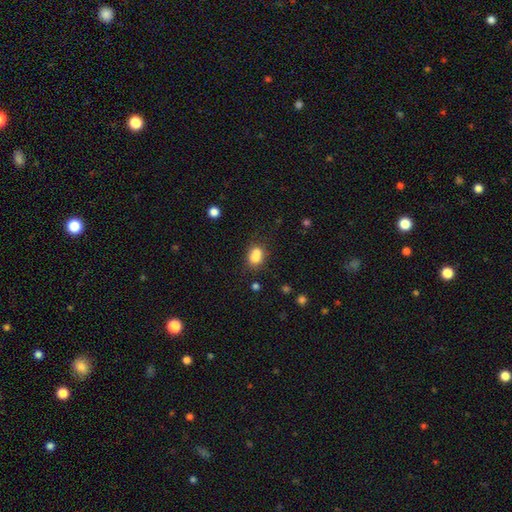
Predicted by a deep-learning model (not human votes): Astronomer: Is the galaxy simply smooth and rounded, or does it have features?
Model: smooth — 73%.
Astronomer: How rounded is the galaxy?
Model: round — 51% (runner-up: in between, 48%).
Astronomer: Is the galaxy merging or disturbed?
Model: merger — 51% (runner-up: none, 35%).